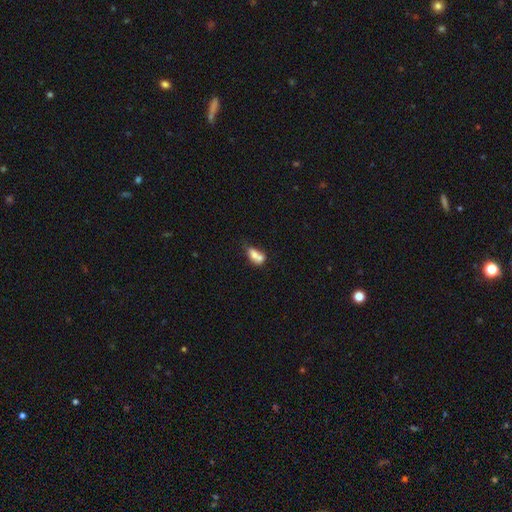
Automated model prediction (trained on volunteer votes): A smooth galaxy with no disk features (69%) that is in between round and cigar-shaped (74%). Merging: merger (59%).